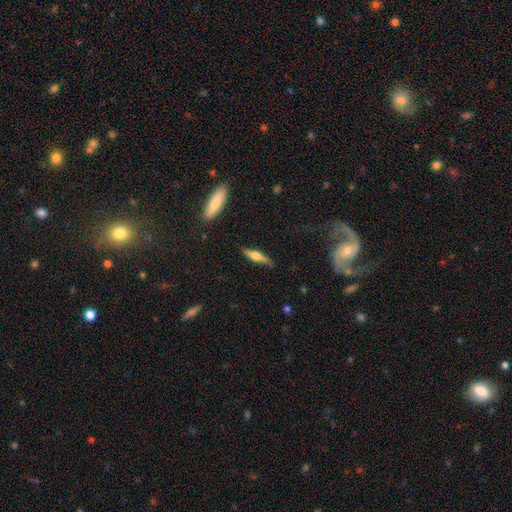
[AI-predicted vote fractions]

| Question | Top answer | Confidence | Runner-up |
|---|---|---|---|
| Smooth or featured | featured or disk | 48% | smooth (46%) |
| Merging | none | 79% | minor disturbance (16%) |